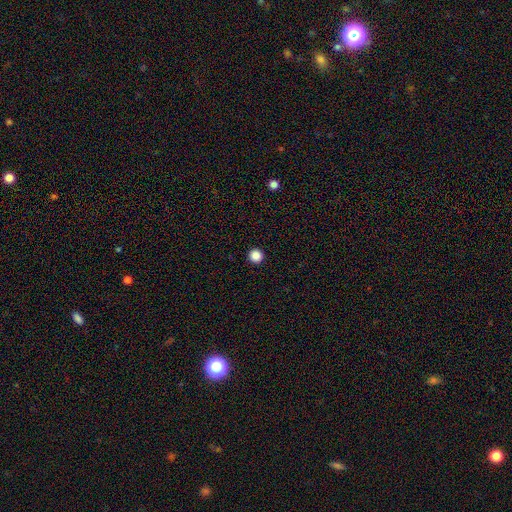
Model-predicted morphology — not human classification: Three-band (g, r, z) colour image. It shows a smooth galaxy with no disk features (87%) that is round (97%). Merging: none (94%).